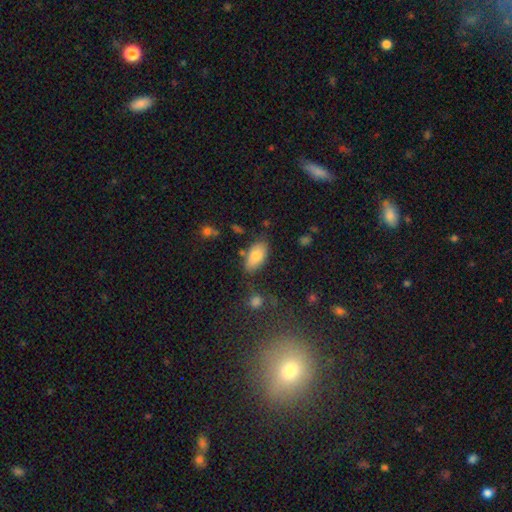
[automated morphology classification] This appears to be a smooth galaxy with no disk features (81%) that is in between round and cigar-shaped (93%). Merging: none (71%).